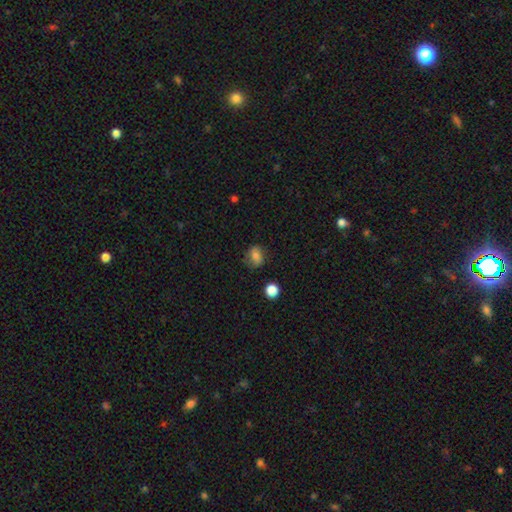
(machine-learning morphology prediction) This is likely a smooth galaxy (79%). How rounded: possibly in between (53%). Merging: likely none (74%).